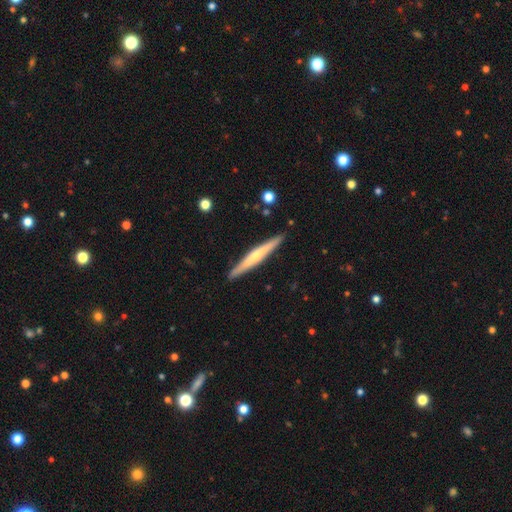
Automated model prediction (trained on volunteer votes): A featured or disk galaxy (59%) viewed edge-on (97%) with a rounded central bulge (66%). Merging: none (90%).